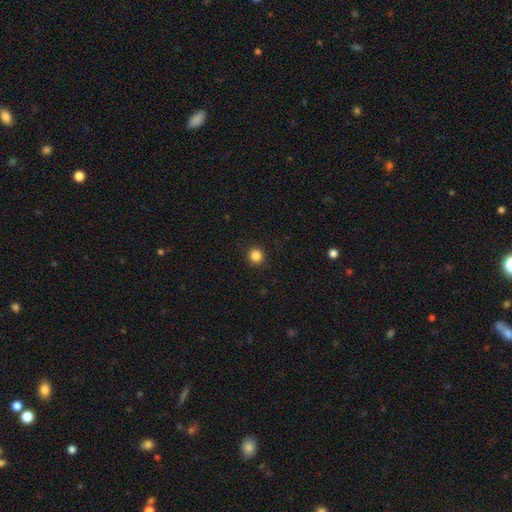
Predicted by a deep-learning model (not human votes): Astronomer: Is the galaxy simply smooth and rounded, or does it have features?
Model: smooth — 85%.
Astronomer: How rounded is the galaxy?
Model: round — 94%.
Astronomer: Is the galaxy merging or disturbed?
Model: none — 92%.